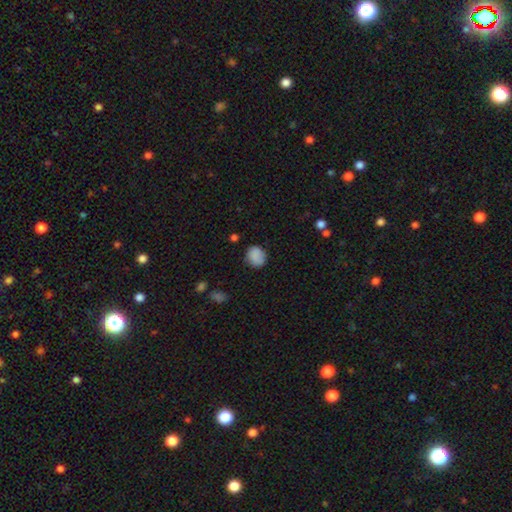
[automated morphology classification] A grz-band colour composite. It shows a smooth galaxy with no disk features (86%) that is round (69%). Merging: none (77%).